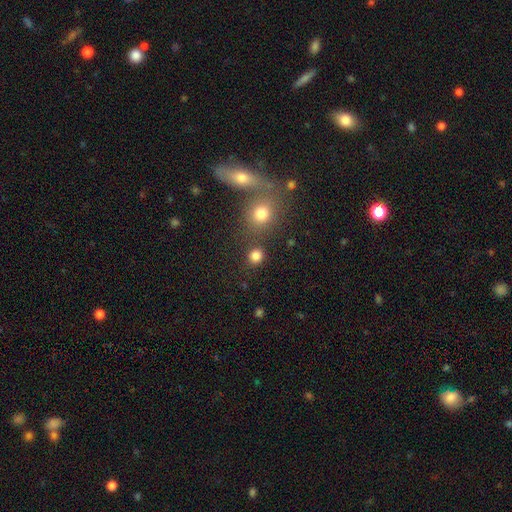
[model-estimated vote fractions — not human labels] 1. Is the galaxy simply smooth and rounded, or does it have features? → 82% smooth, 13% star or artifact, 5% featured or disk.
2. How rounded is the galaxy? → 85% round, 14% in between, 1% cigar-shaped.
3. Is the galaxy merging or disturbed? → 79% none, 9% merger, 8% minor disturbance, 4% major disturbance.